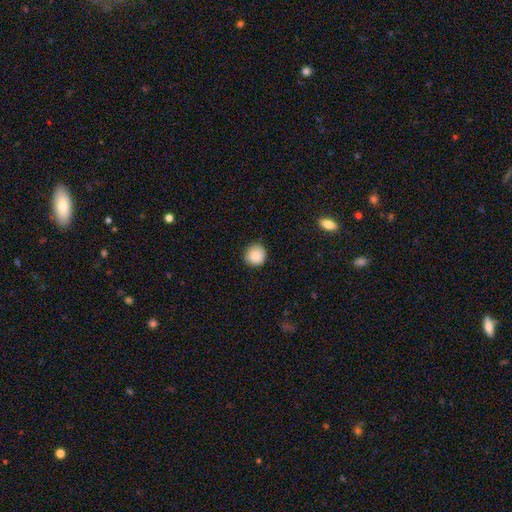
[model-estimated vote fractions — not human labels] This is clearly a smooth galaxy (88%). How rounded: clearly round (94%). Merging: clearly none (88%).